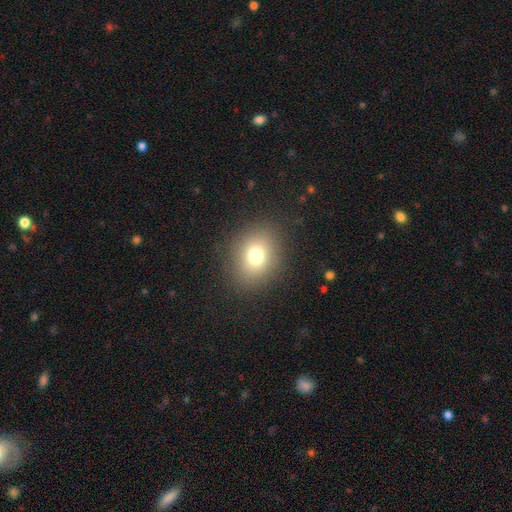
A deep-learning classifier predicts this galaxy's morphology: Overall: smooth (75%). How rounded: round (58%; in between 41%). Merging: none (87%).